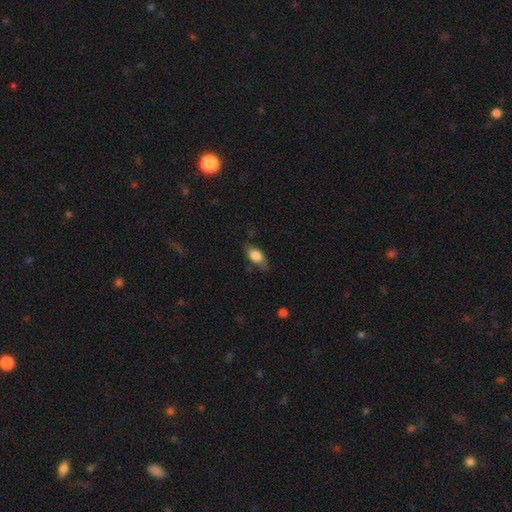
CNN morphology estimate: A smooth galaxy with no disk features (77%) that is in between round and cigar-shaped (84%).

Vote fractions:
- Smooth or featured? smooth: 77% / featured or disk: 16% / star or artifact: 7%
- How rounded? in between: 84% / cigar-shaped: 8% / round: 8%
- Merging? none: 69% / minor disturbance: 23% / major disturbance: 6% / merger: 1%